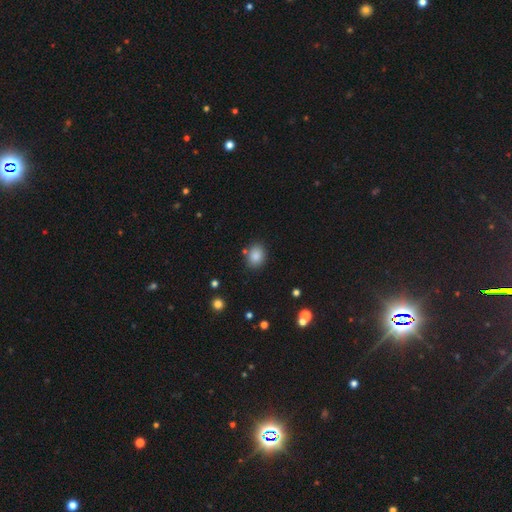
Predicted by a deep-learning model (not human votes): Smooth or featured? smooth (85%)
How rounded? in between (52%)
Merging? none (81%)